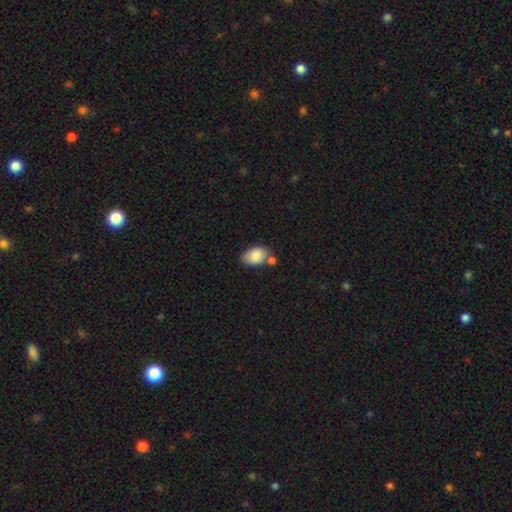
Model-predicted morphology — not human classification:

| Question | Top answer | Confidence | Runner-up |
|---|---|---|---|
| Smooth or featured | smooth | 86% | featured or disk (7%) |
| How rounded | in between | 88% | round (11%) |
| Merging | none | 57% | merger (20%) |